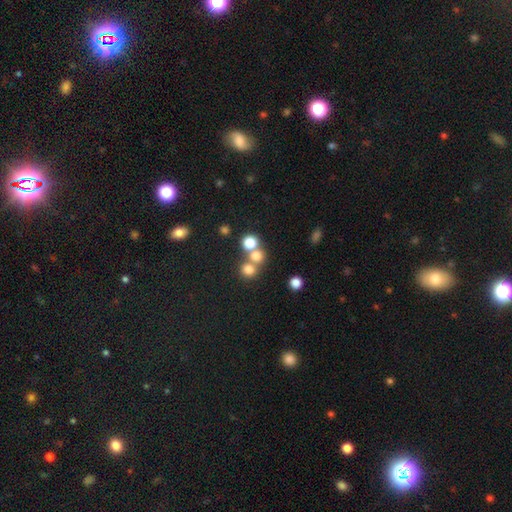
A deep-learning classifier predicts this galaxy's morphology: Overall: smooth (72%). How rounded: round (85%). Merging: none (52%; merger 38%).